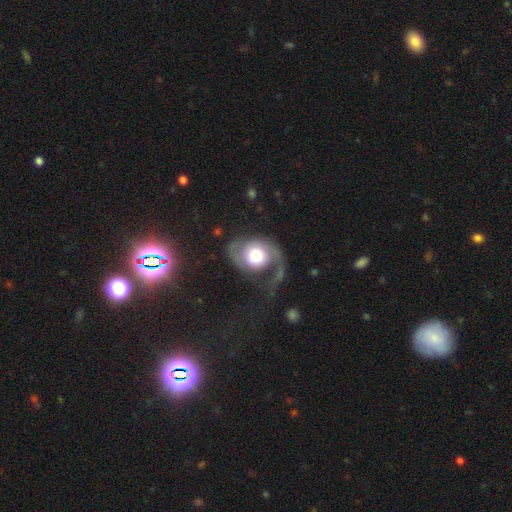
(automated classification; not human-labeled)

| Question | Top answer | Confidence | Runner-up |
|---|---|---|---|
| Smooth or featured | featured or disk | 67% | smooth (27%) |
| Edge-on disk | no | 97% | yes (3%) |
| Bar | no | 76% | weak (19%) |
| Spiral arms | yes | 85% | no (15%) |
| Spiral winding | loose | 45% | medium (36%) |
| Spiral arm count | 2 | 55% | 1 (37%) |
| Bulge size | large | 48% | moderate (32%) |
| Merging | major disturbance | 43% | none (35%) |